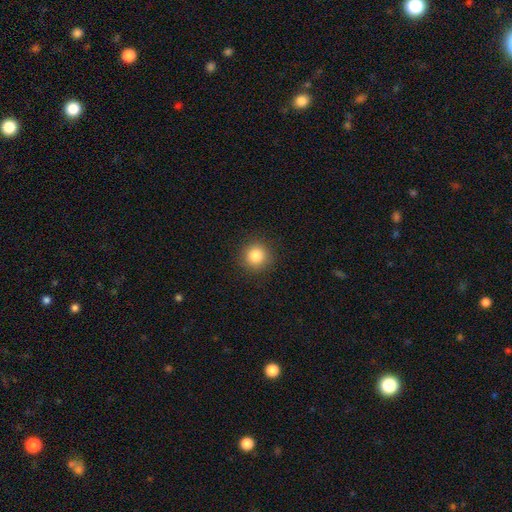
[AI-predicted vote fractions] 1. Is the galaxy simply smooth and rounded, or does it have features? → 84% smooth, 11% star or artifact, 5% featured or disk.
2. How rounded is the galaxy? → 94% round, 5% in between, 1% cigar-shaped.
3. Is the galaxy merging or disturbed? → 91% none, 6% minor disturbance, 2% major disturbance, 1% merger.